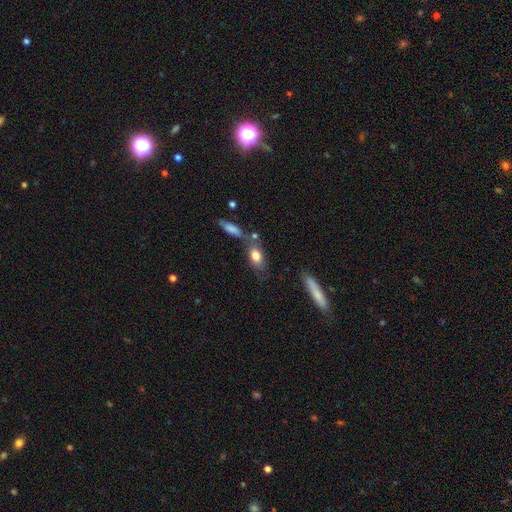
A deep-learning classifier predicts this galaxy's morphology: This appears to be a smooth galaxy with no disk features (76%) that is in between round and cigar-shaped (77%). Merging: none (54%).